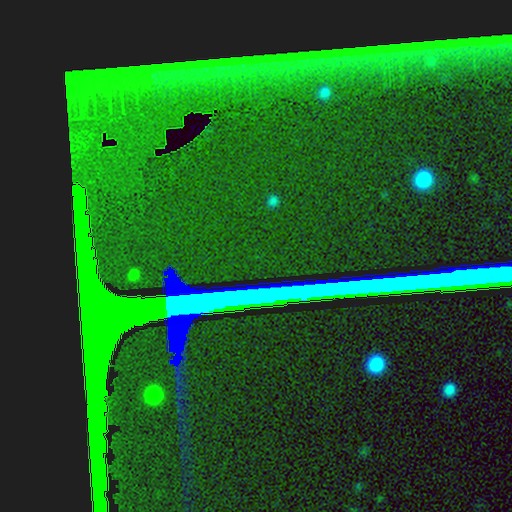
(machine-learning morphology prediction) This is clearly a star or artifact rather than a galaxy (85%).